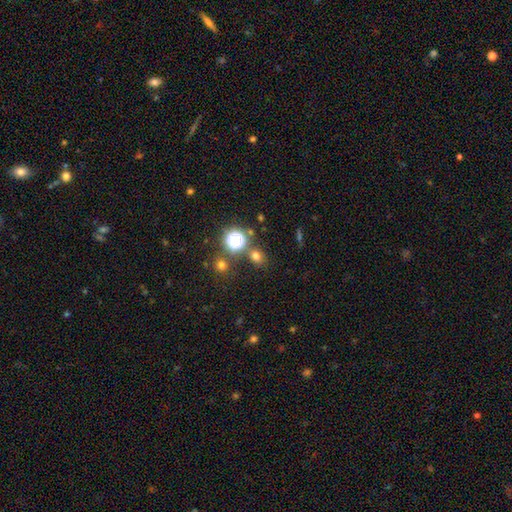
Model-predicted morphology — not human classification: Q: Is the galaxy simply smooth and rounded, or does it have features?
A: smooth — 67%.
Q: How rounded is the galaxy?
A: round — 71%.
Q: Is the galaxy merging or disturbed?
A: none — 78%.